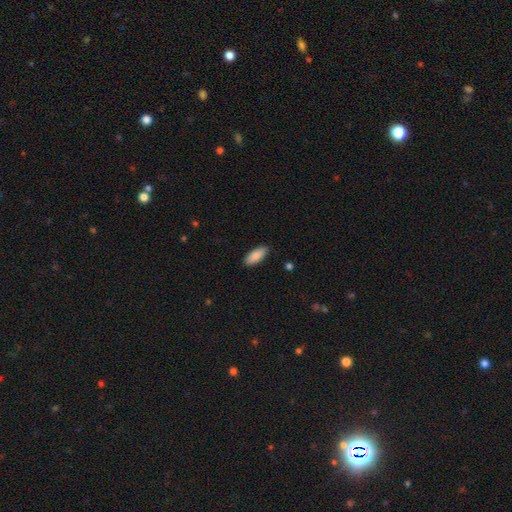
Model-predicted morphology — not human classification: Smooth or featured? Predicted: smooth (p=0.88). How rounded? Predicted: in between (p=0.83). Merging? Predicted: none (p=0.86).